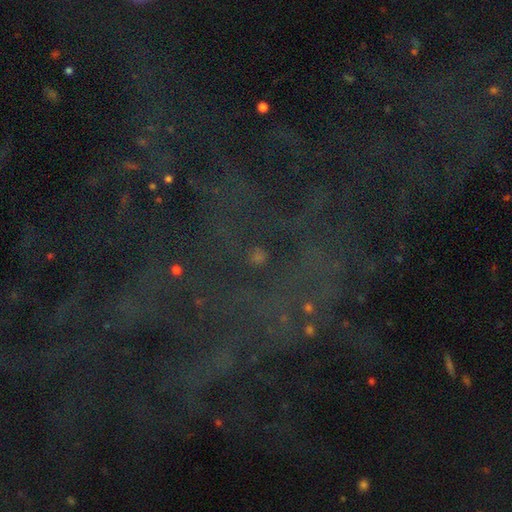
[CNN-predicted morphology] Smooth or featured? star or artifact (76%)